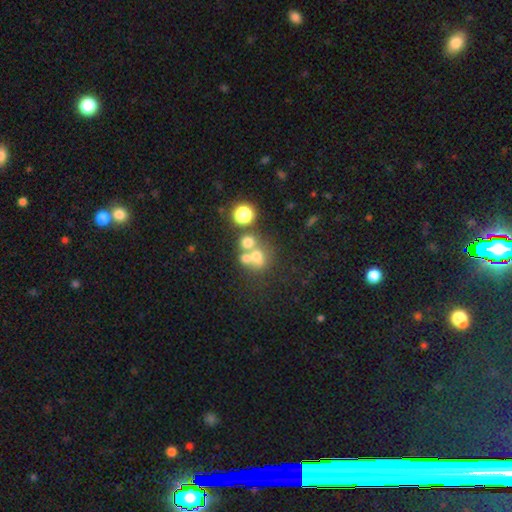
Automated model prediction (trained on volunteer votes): A smooth galaxy with no disk features (59%) that is round (72%).

Vote fractions:
- Smooth or featured? smooth: 59% / featured or disk: 21% / star or artifact: 20%
- How rounded? round: 72% / in between: 27% / cigar-shaped: 1%
- Merging? merger: 48% / none: 38% / minor disturbance: 8% / major disturbance: 6%